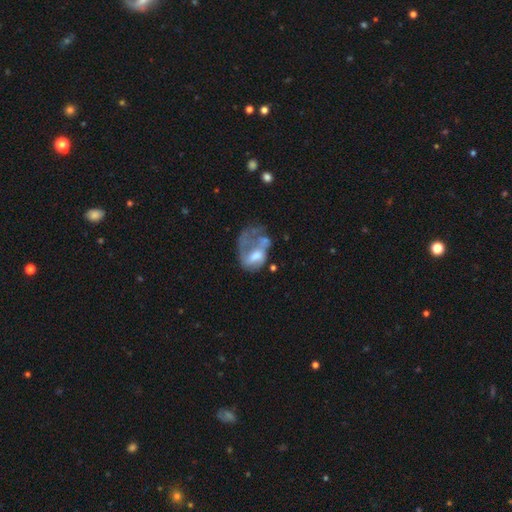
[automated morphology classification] Smooth or featured? featured or disk (56%)
Edge-on disk? no (97%)
Bar? no (67%)
Spiral arms? no (70%)
Bulge size? moderate (45%)
Merging? major disturbance (50%)